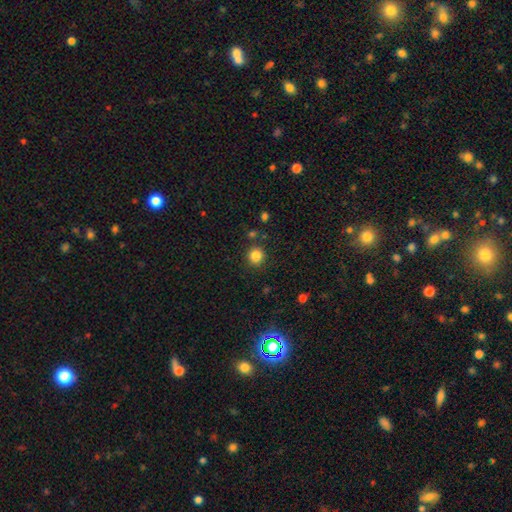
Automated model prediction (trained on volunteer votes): Smooth or featured? smooth (84%)
How rounded? round (91%)
Merging? none (87%)